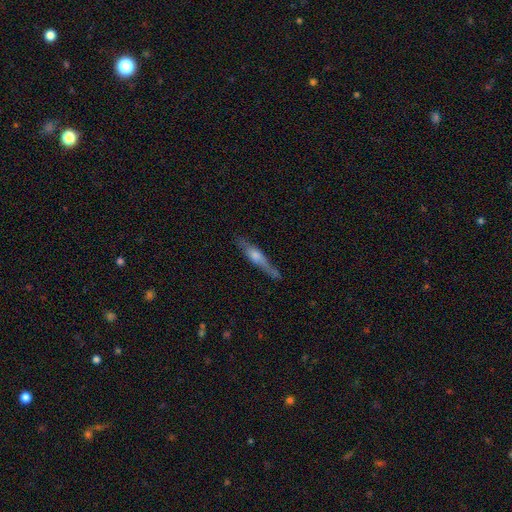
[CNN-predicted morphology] Smooth or featured?
  - featured or disk: 67% *
  - smooth: 26%
  - star or artifact: 7%
Edge-on disk?
  - yes: 94% *
  - no: 6%
Edge-on bulge?
  - rounded: 75% *
  - boxy: 16%
  - none: 9%
Merging?
  - none: 77% *
  - minor disturbance: 16%
  - major disturbance: 4%
  - merger: 2%